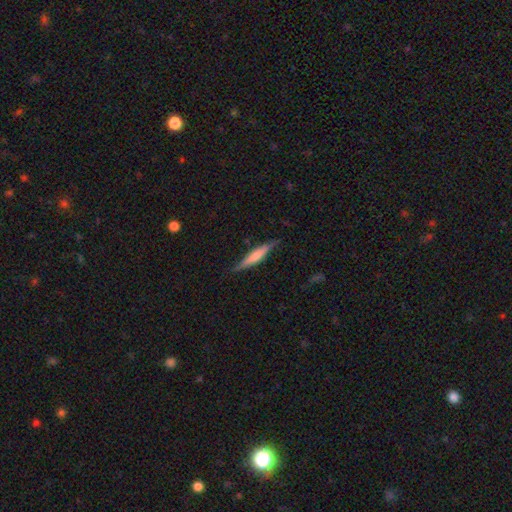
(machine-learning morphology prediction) This appears to be a featured or disk galaxy (48%). Merging: none (81%).